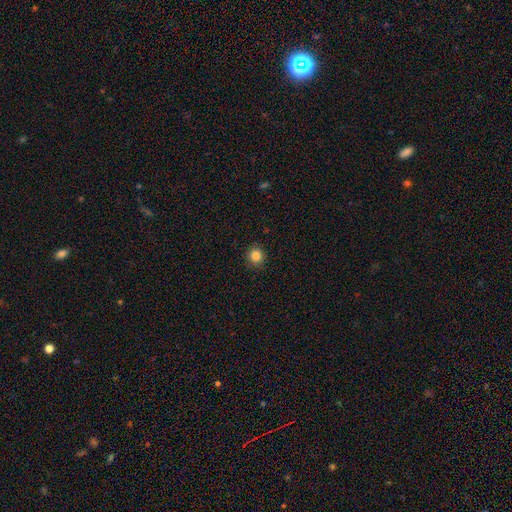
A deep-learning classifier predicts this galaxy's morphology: A smooth galaxy with no disk features (85%) that is round (93%).

Vote fractions:
- Smooth or featured? smooth: 85% / star or artifact: 11% / featured or disk: 5%
- How rounded? round: 93% / in between: 6% / cigar-shaped: 1%
- Merging? none: 91% / minor disturbance: 6% / major disturbance: 2% / merger: 1%